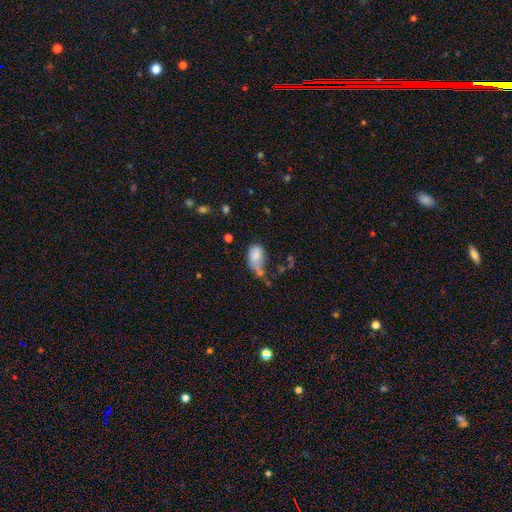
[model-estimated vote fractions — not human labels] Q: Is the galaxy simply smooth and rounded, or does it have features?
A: smooth — 74%.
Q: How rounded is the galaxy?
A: in between — 83%.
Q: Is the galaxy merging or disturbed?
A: major disturbance — 34%.